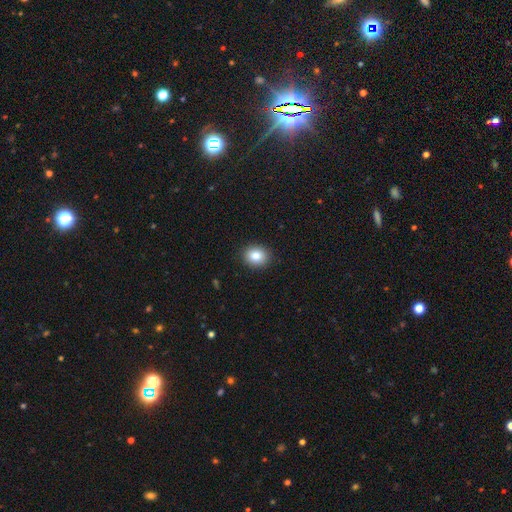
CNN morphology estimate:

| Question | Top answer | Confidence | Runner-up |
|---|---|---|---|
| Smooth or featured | smooth | 84% | star or artifact (9%) |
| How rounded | round | 63% | in between (36%) |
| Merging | none | 90% | minor disturbance (7%) |